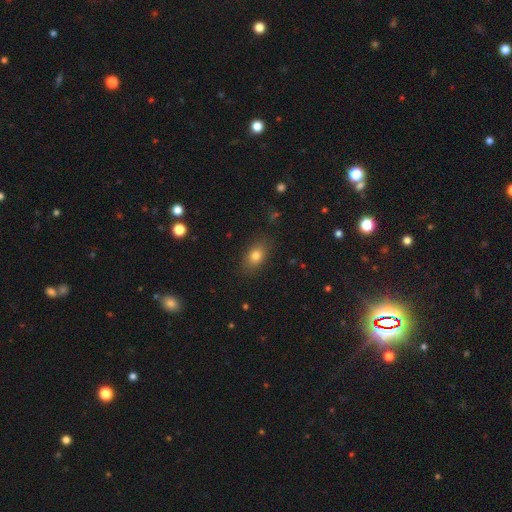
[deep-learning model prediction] Smooth or featured: smooth — 79% (star or artifact — 11%)
How rounded: in between — 80% (round — 17%)
Merging: none — 84% (minor disturbance — 11%)